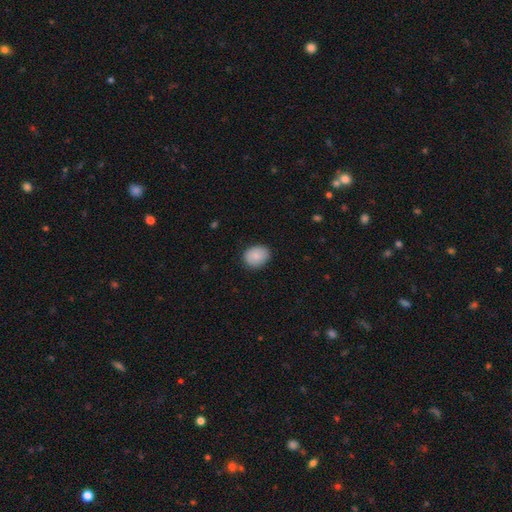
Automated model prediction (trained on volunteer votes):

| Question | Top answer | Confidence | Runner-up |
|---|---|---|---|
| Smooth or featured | smooth | 86% | star or artifact (7%) |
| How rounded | round | 53% | in between (46%) |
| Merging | none | 86% | minor disturbance (11%) |